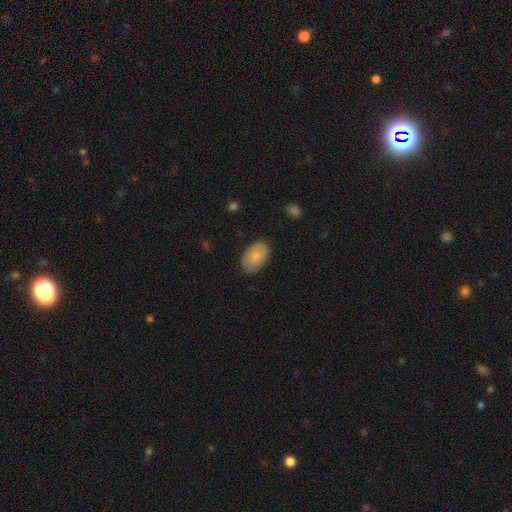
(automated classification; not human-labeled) A smooth galaxy with no disk features (79%) that is in between round and cigar-shaped (90%).

Vote fractions:
- Smooth or featured? smooth: 79% / featured or disk: 14% / star or artifact: 6%
- How rounded? in between: 90% / round: 9% / cigar-shaped: 1%
- Merging? none: 81% / minor disturbance: 14% / major disturbance: 3% / merger: 1%